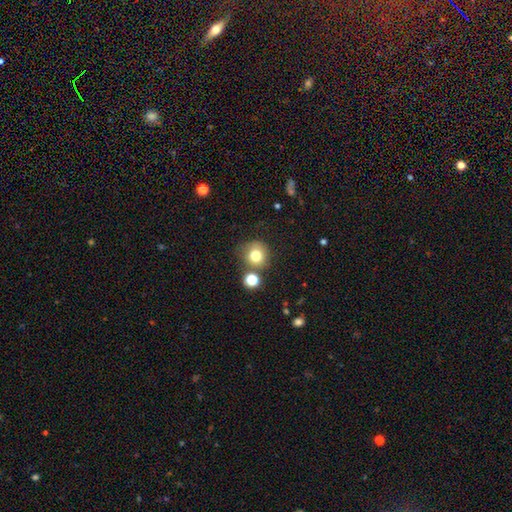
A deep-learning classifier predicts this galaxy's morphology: A smooth galaxy with no disk features (76%) that is round (90%). Merging: none (70%).